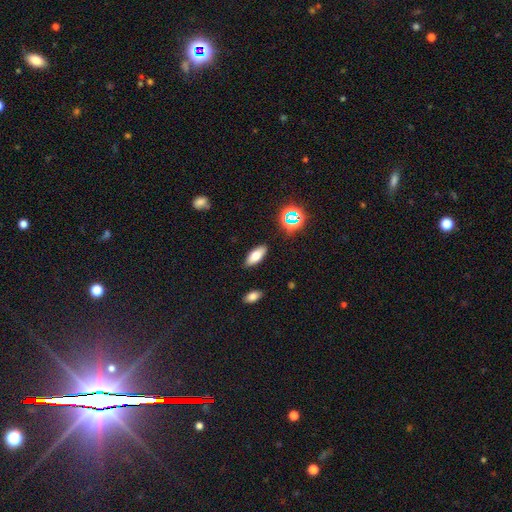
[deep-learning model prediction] Smooth or featured? smooth (74%)
How rounded? in between (80%)
Merging? none (88%)